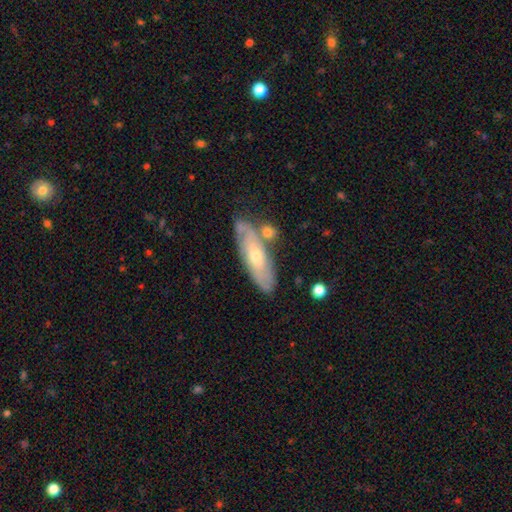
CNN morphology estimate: Q: Smooth or featured?
A: featured or disk (64%); runner-up: smooth (30%)
Q: Edge-on disk?
A: no (74%); runner-up: yes (26%)
Q: Merging?
A: none (68%); runner-up: minor disturbance (17%)